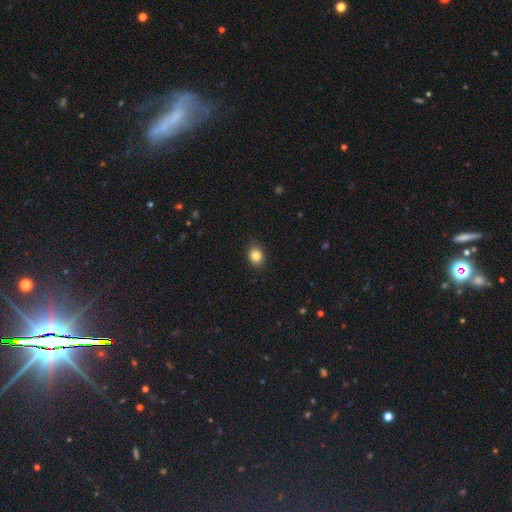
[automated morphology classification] A smooth galaxy with no disk features (83%) that is in between round and cigar-shaped (53%). Merging: none (86%).